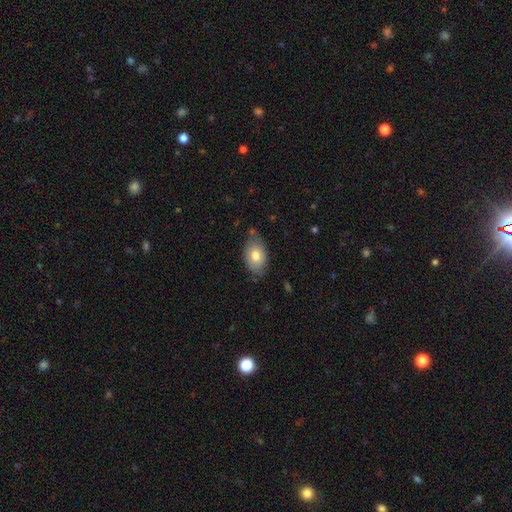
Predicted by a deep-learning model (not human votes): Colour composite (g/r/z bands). It shows a smooth galaxy with no disk features (78%) that is in between round and cigar-shaped (88%). Merging: none (71%).